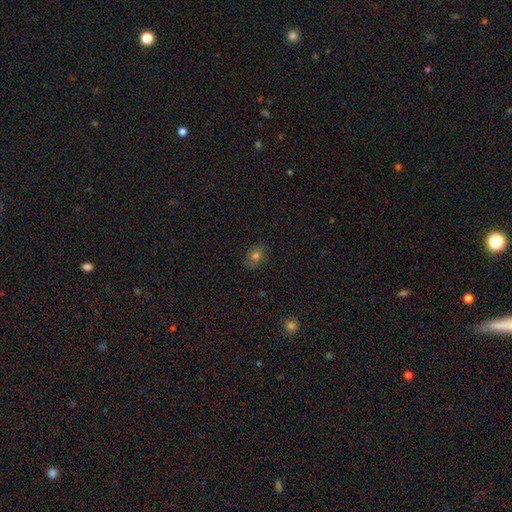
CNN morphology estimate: A smooth galaxy with no disk features (73%) that is in between round and cigar-shaped (63%).

Vote fractions:
- Smooth or featured? smooth: 73% / star or artifact: 16% / featured or disk: 11%
- How rounded? in between: 63% / round: 36% / cigar-shaped: 1%
- Merging? none: 82% / minor disturbance: 14% / major disturbance: 3% / merger: 1%